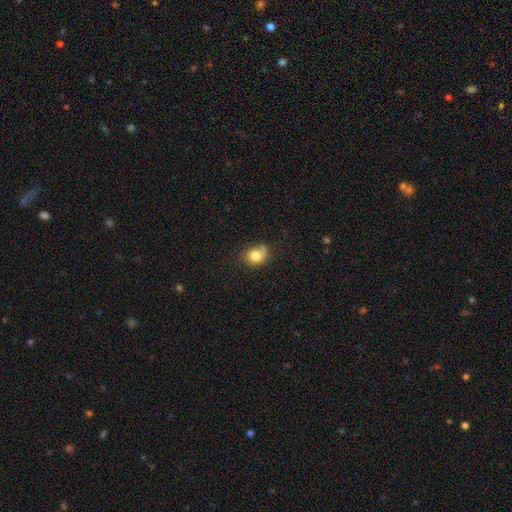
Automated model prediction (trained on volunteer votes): Q: Smooth or featured?
A: smooth (79%); runner-up: featured or disk (12%)
Q: How rounded?
A: round (54%); runner-up: in between (45%)
Q: Merging?
A: none (53%); runner-up: minor disturbance (30%)